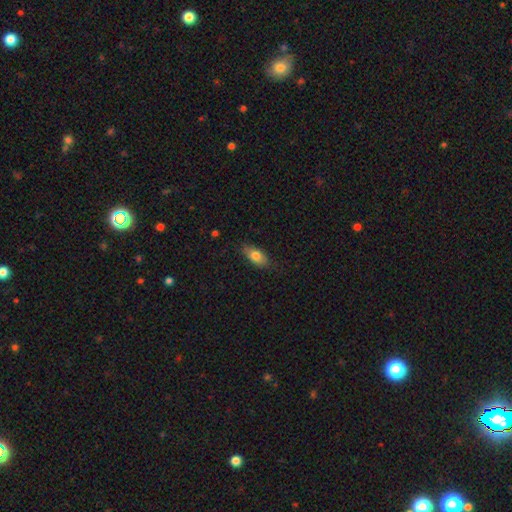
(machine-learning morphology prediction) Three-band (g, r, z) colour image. It shows a smooth galaxy with no disk features (77%) that is in between round and cigar-shaped (87%). Merging: none (80%).